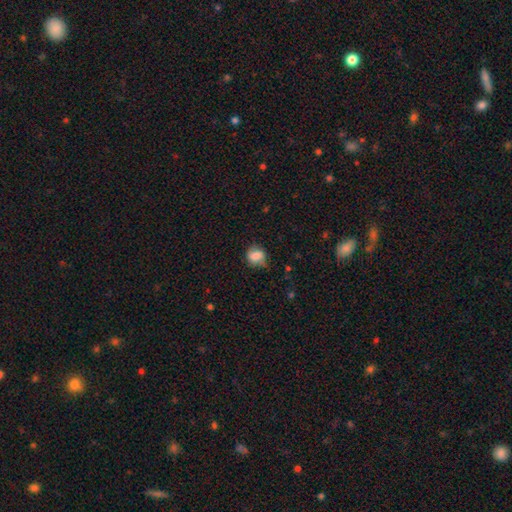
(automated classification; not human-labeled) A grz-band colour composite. It shows a smooth galaxy with no disk features (75%) that is round (61%). Merging: none (60%).